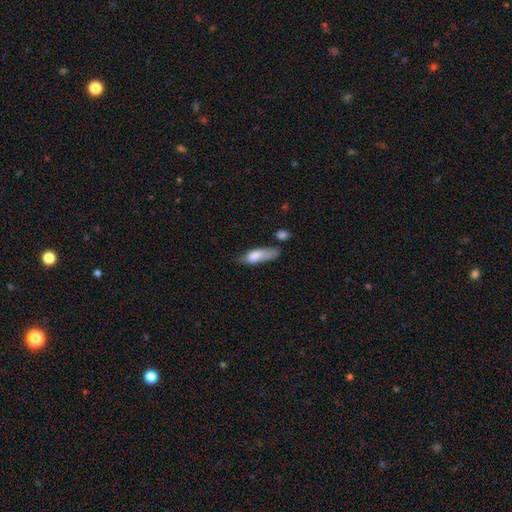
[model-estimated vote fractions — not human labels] This appears to be a smooth galaxy with no disk features (77%) that is in between round and cigar-shaped (58%). Merging: minor disturbance (33%).